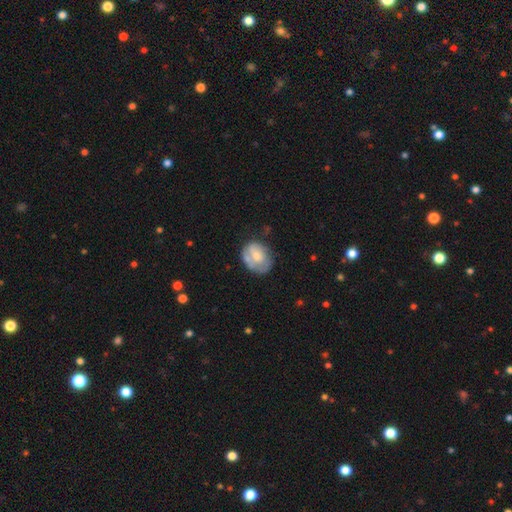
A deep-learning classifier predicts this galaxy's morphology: type=smooth (53%); roundness=round (51%); merging=none (51%).